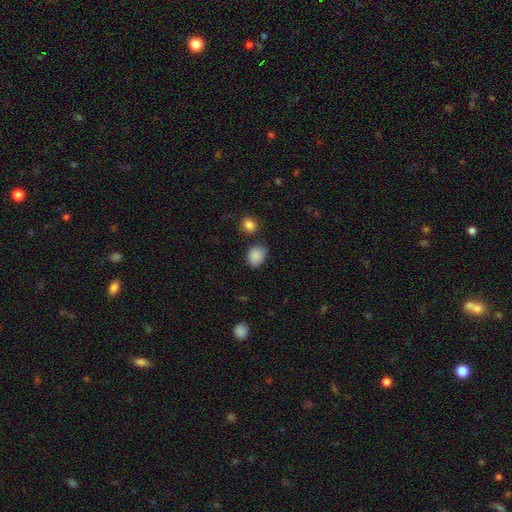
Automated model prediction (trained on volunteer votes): Smooth or featured?
  - smooth: 88% *
  - star or artifact: 9%
  - featured or disk: 4%
How rounded?
  - in between: 66% *
  - round: 33%
  - cigar-shaped: 1%
Merging?
  - none: 74% *
  - minor disturbance: 17%
  - merger: 5%
  - major disturbance: 4%